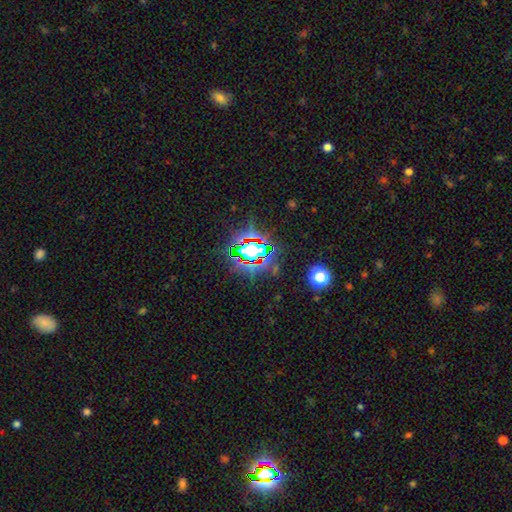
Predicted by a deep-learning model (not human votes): Overall: star or artifact (71%).